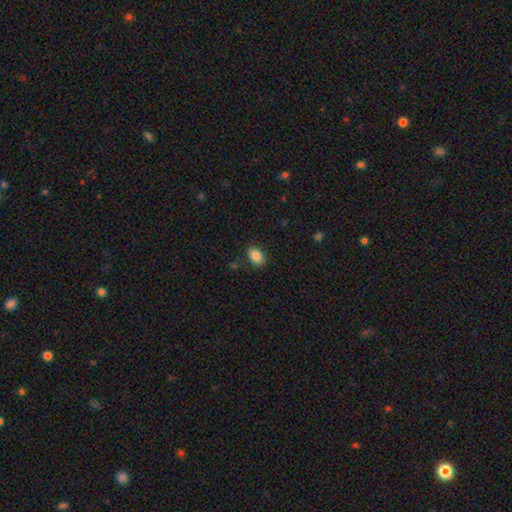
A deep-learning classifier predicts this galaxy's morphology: Smooth or featured? smooth (85%)
How rounded? in between (79%)
Merging? none (86%)